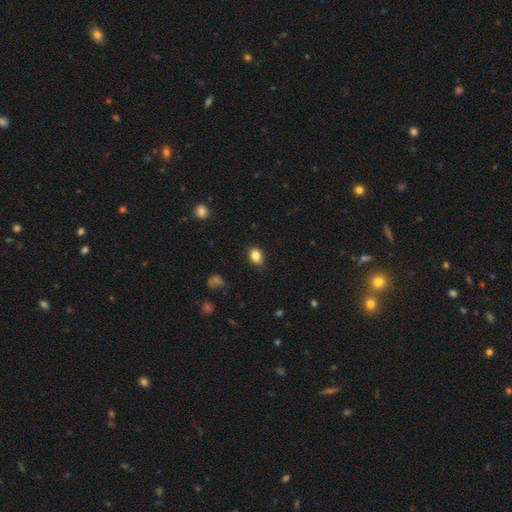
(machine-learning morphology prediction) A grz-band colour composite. It shows a smooth galaxy with no disk features (84%) that is in between round and cigar-shaped (67%). Merging: none (80%).